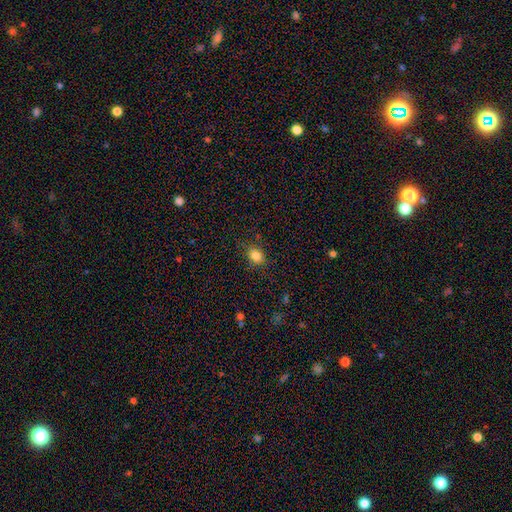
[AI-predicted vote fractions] This appears to be a smooth galaxy with no disk features (84%) that is in between round and cigar-shaped (65%). Merging: none (82%).